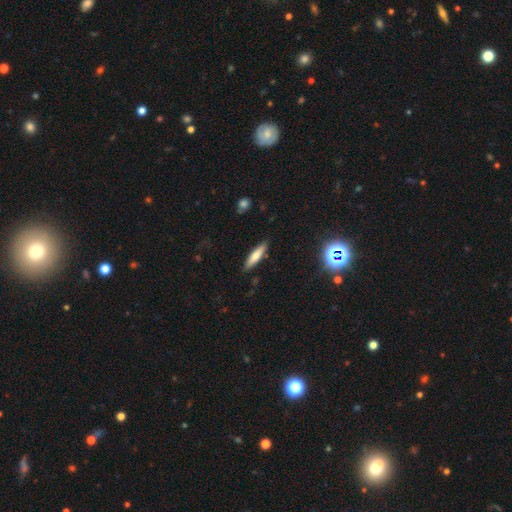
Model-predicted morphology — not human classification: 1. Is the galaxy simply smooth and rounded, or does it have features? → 70% smooth, 23% featured or disk, 7% star or artifact.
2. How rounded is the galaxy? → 78% cigar-shaped, 21% in between, 2% round.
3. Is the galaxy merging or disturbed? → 88% none, 9% minor disturbance, 2% major disturbance, 1% merger.